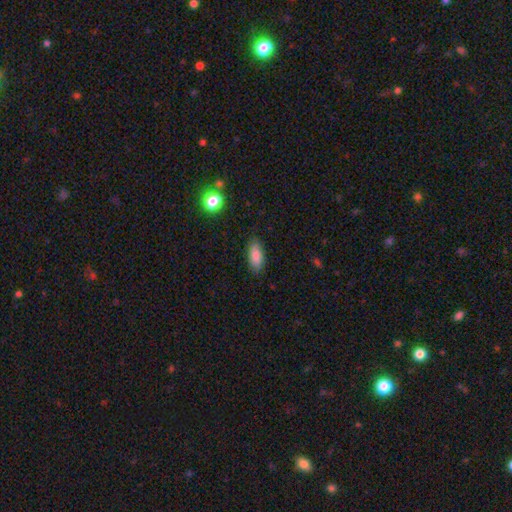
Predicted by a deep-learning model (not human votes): A smooth galaxy with no disk features (85%) that is in between round and cigar-shaped (85%).

Vote fractions:
- Smooth or featured? smooth: 85% / featured or disk: 8% / star or artifact: 7%
- How rounded? in between: 85% / cigar-shaped: 13% / round: 2%
- Merging? none: 84% / minor disturbance: 13% / major disturbance: 3% / merger: 1%